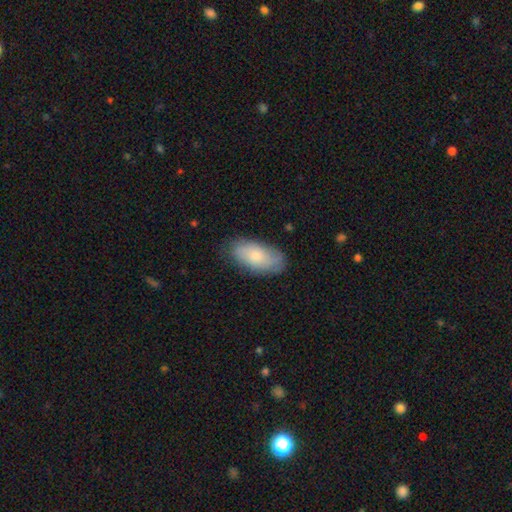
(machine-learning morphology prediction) Overall: smooth (73%). How rounded: in between (92%). Merging: none (77%).